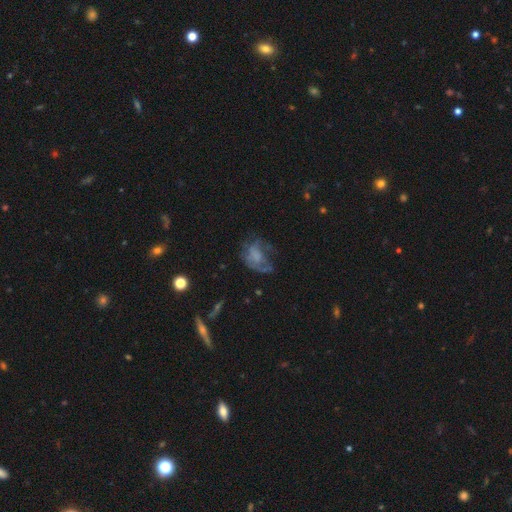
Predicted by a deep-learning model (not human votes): This is possibly a featured or disk galaxy (48%). Merging: marginally major disturbance (37%).